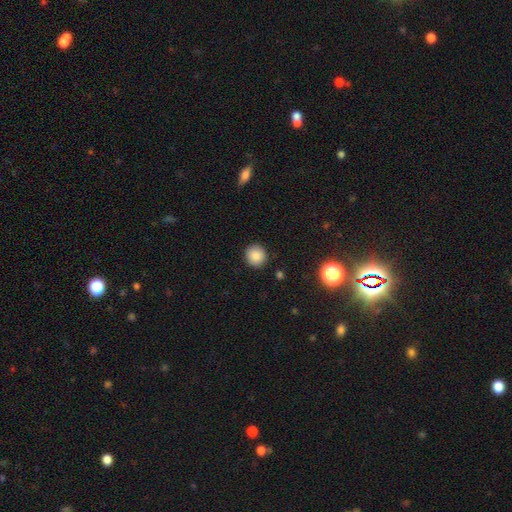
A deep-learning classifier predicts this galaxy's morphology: This is clearly a smooth galaxy (86%). How rounded: clearly round (93%). Merging: clearly none (91%).